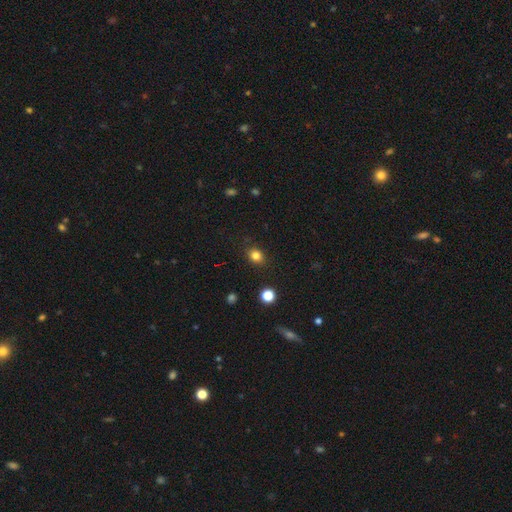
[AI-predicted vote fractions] Smooth or featured? smooth (82%)
How rounded? round (61%)
Merging? none (87%)